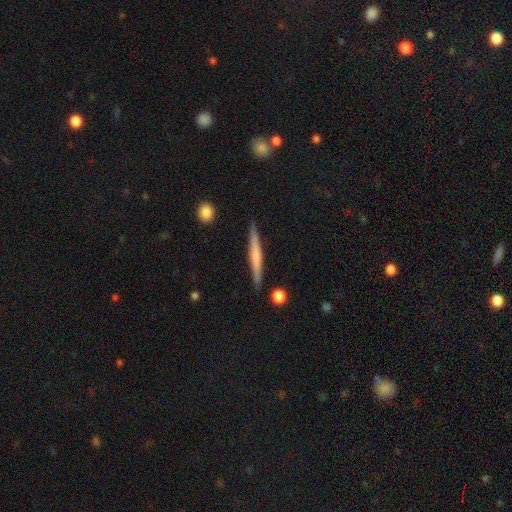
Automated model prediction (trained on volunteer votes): featured or disk 51%, smooth 44%, star or artifact 6%. Down the decision tree: edge-on disk — yes (97%); merging — none (89%).